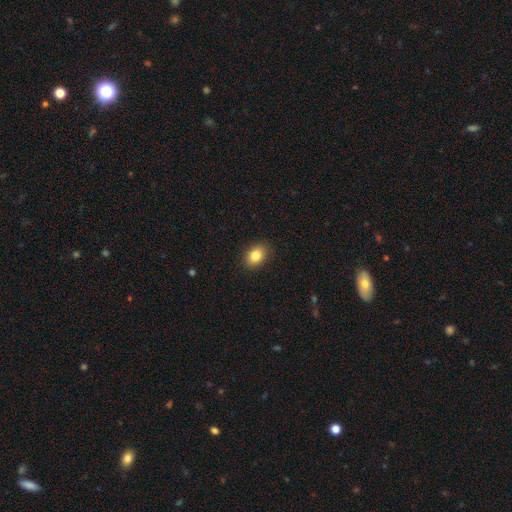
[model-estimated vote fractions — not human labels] This appears to be a smooth galaxy with no disk features (83%) that is in between round and cigar-shaped (77%). Merging: none (89%).